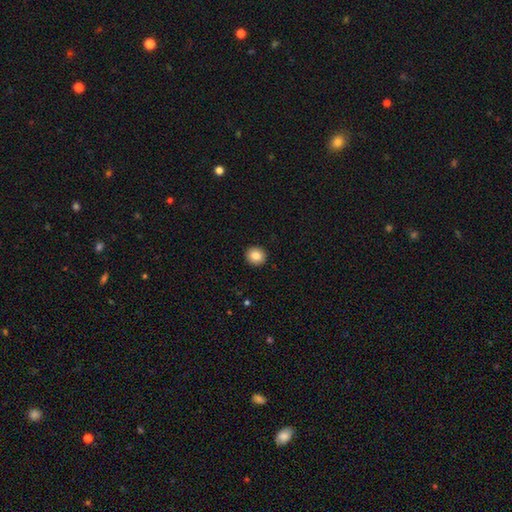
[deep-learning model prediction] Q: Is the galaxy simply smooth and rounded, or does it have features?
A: smooth — 85%.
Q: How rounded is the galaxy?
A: round — 88%.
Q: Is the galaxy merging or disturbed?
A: none — 93%.